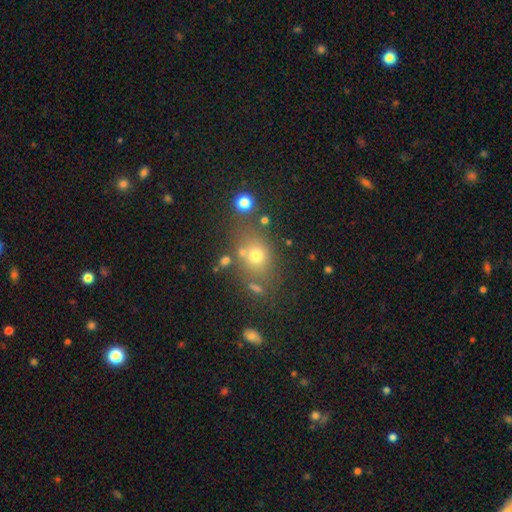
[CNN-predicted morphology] Smooth or featured? smooth (67%)
How rounded? round (54%)
Merging? none (66%)